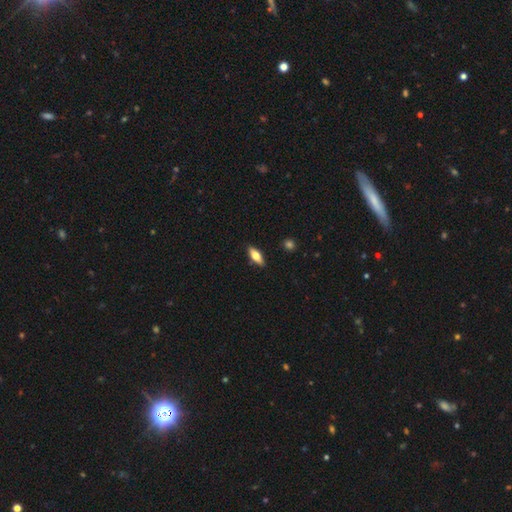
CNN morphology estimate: Q: Smooth or featured?
A: smooth (60%); runner-up: featured or disk (33%)
Q: How rounded?
A: in between (68%); runner-up: cigar-shaped (29%)
Q: Merging?
A: none (89%); runner-up: minor disturbance (8%)